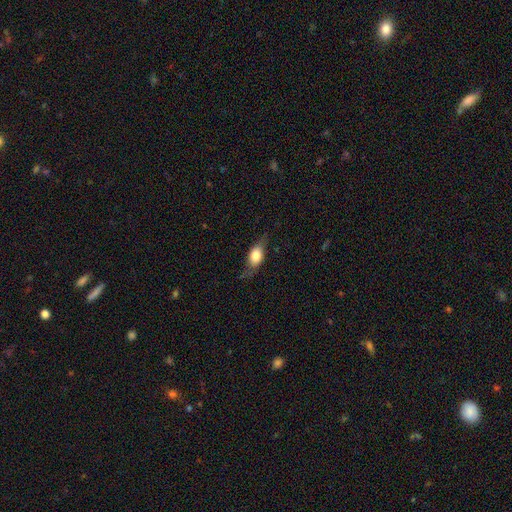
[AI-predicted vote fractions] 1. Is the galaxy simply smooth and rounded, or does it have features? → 66% smooth, 26% featured or disk, 7% star or artifact.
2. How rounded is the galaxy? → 79% in between, 12% cigar-shaped, 9% round.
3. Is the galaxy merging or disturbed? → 67% none, 23% minor disturbance, 8% major disturbance, 1% merger.